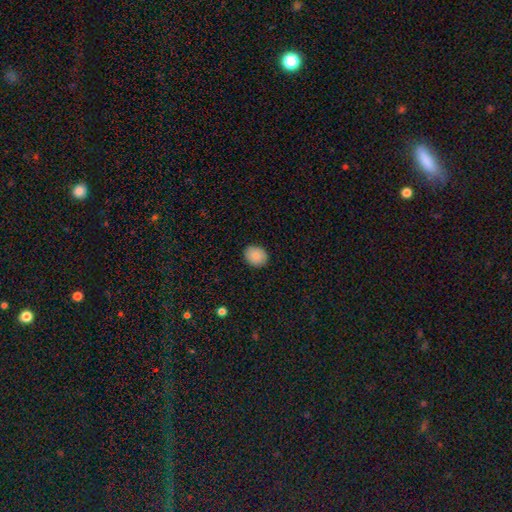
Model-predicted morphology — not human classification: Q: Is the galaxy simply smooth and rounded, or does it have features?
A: smooth — 87%.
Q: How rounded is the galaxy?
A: round — 60%.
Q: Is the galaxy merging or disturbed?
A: none — 88%.